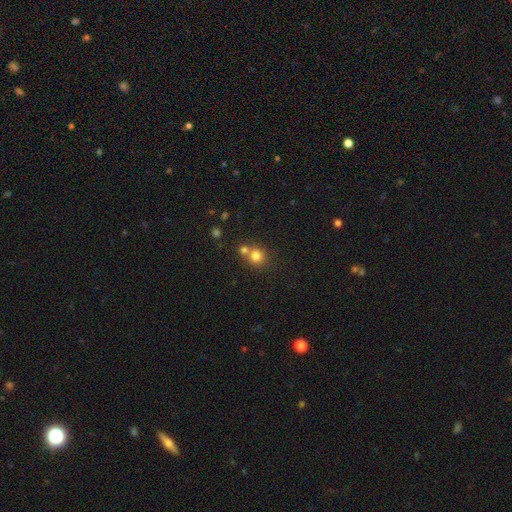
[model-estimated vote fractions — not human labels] Smooth or featured?
  - smooth: 78% *
  - star or artifact: 13%
  - featured or disk: 9%
How rounded?
  - round: 87% *
  - in between: 12%
  - cigar-shaped: 1%
Merging?
  - none: 51% *
  - merger: 39%
  - minor disturbance: 7%
  - major disturbance: 3%